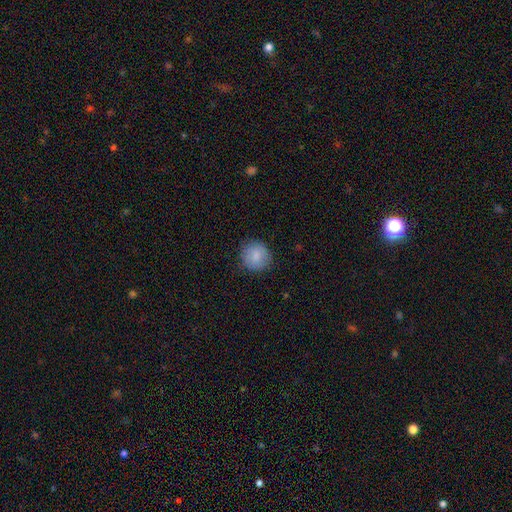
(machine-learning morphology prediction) This is clearly a smooth galaxy (84%). How rounded: clearly round (89%). Merging: clearly none (84%).